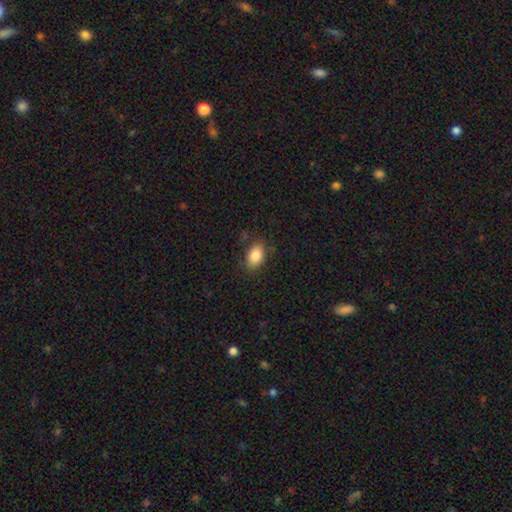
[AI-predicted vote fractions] The model was most divided on "merging": none: 81%, minor disturbance: 14%, major disturbance: 3%, merger: 2%. More confident: how rounded — in between (87%); smooth or featured — smooth (84%).